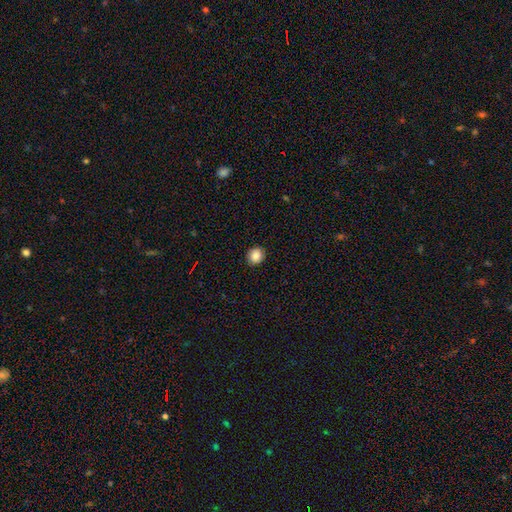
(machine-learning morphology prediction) smooth 86%, star or artifact 9%, featured or disk 5%. Down the decision tree: how rounded — round (79%); merging — none (91%).